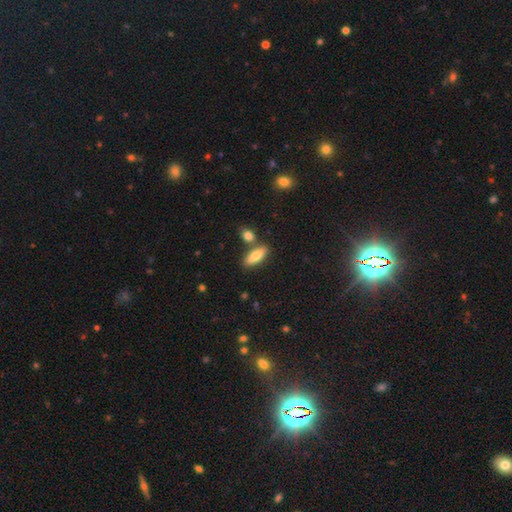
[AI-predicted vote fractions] The model was most divided on "how rounded": in between: 56%, cigar-shaped: 41%, round: 3%. More confident: smooth or featured — smooth (79%); merging — none (73%).